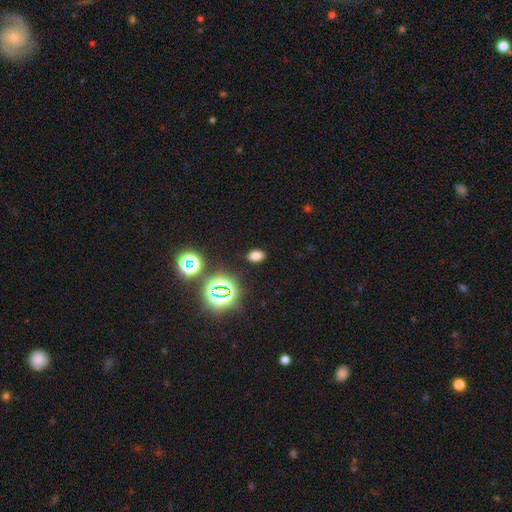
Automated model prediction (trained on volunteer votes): A smooth galaxy with no disk features (70%) that is in between round and cigar-shaped (81%). Merging: none (87%).